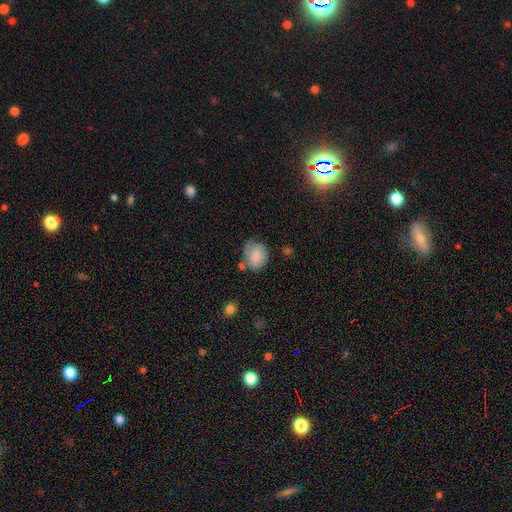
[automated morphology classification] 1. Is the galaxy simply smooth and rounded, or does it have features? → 80% smooth, 12% featured or disk, 8% star or artifact.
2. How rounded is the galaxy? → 52% round, 47% in between, 1% cigar-shaped.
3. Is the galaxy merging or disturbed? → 51% none, 30% minor disturbance, 11% major disturbance, 8% merger.